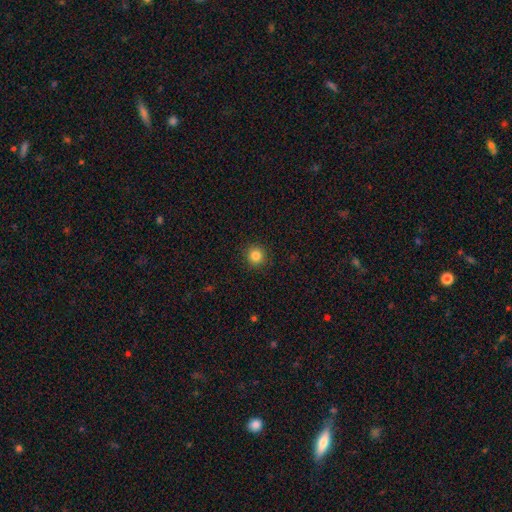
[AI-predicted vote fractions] Smooth or featured? smooth (84%)
How rounded? round (94%)
Merging? none (92%)